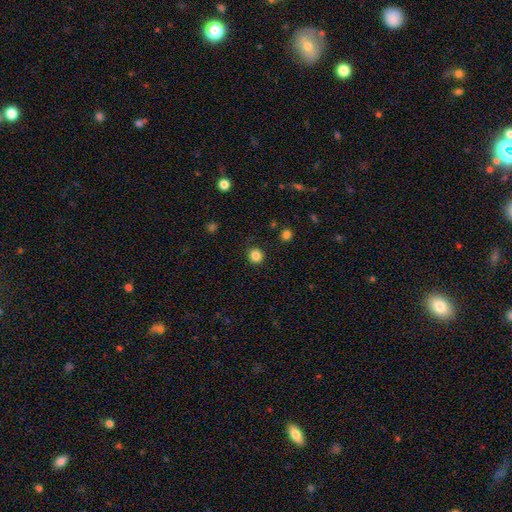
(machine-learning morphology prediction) Smooth or featured? smooth (85%)
How rounded? round (92%)
Merging? none (91%)